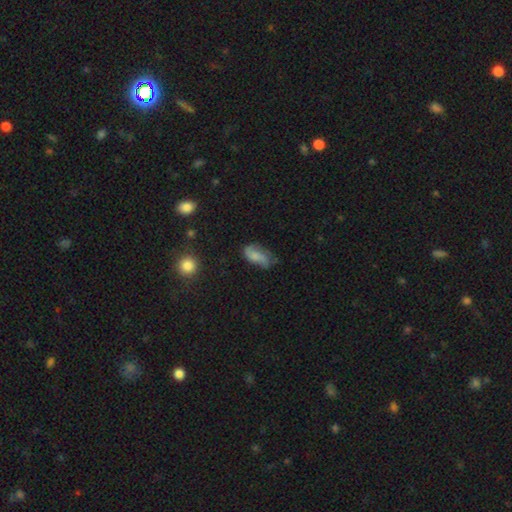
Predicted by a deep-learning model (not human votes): smooth_or_featured: smooth (p=0.50) [alt: featured or disk p=0.41]
merging: none (p=0.51) [alt: minor disturbance p=0.32]